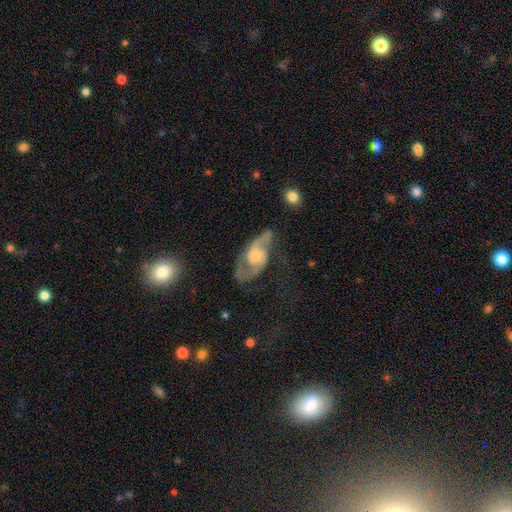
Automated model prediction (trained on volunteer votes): featured or disk 84%, smooth 10%, star or artifact 6%. Down the decision tree: edge-on disk — no (94%); bar — no (61%); spiral arms — yes (94%); spiral arm count — 2 (88%); spiral winding — medium (50%); bulge size — moderate (48%); merging — none (57%).